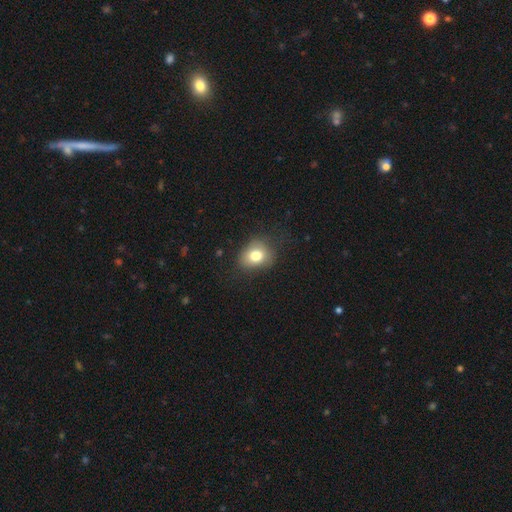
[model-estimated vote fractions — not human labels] smooth 77%, featured or disk 12%, star or artifact 11%. Down the decision tree: how rounded — in between (51%); merging — none (69%).